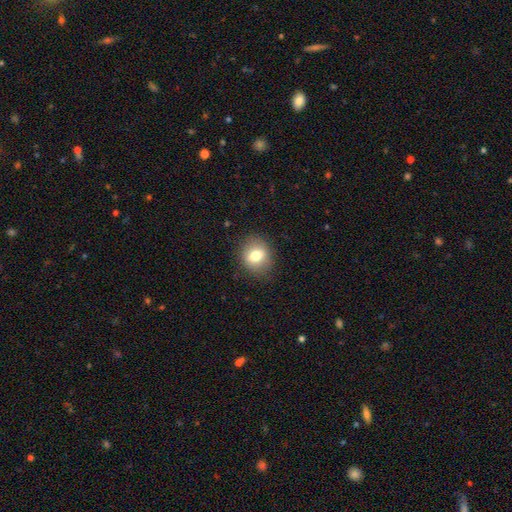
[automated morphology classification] A smooth galaxy with no disk features (72%) that is round (62%). Merging: none (85%).